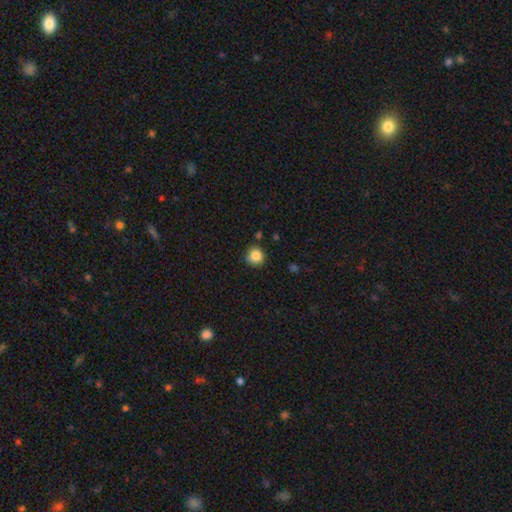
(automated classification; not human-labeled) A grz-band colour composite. It shows a smooth galaxy with no disk features (85%) that is round (92%). Merging: none (85%).